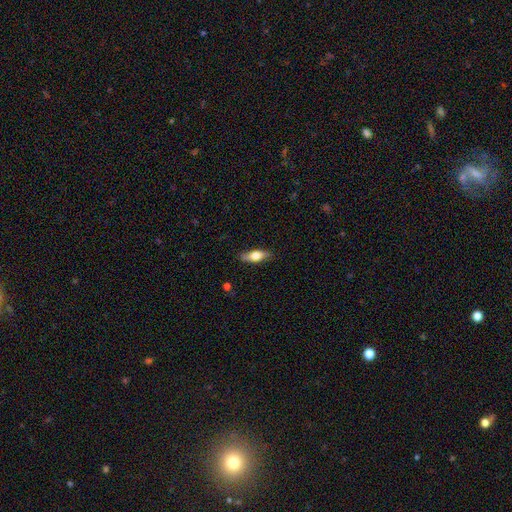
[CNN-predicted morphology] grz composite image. It shows a smooth galaxy with no disk features (60%) that is in between round and cigar-shaped (61%). Merging: none (85%).